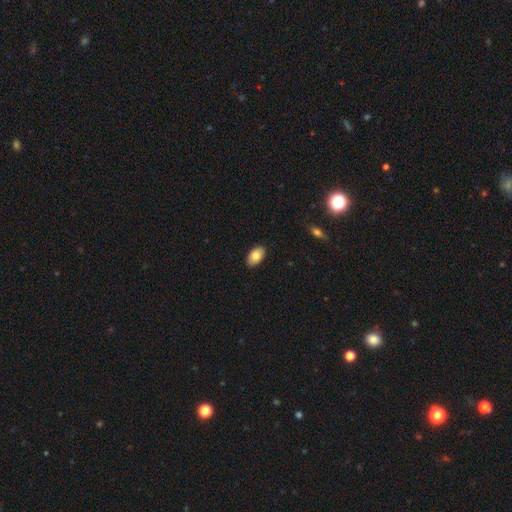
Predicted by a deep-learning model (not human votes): smooth-or-featured: smooth: 83% | featured or disk: 10% | star or artifact: 7%
  how-rounded: in between: 93% | round: 6% | cigar-shaped: 1%
  merging: none: 89% | minor disturbance: 9% | major disturbance: 2% | merger: 1%